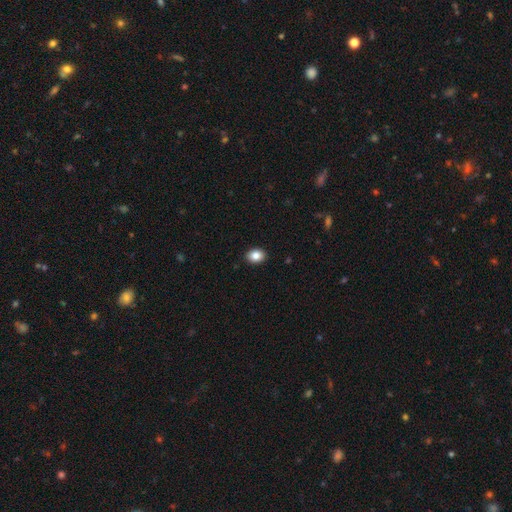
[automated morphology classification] smooth 86%, star or artifact 9%, featured or disk 6%. Down the decision tree: how rounded — in between (67%); merging — none (91%).